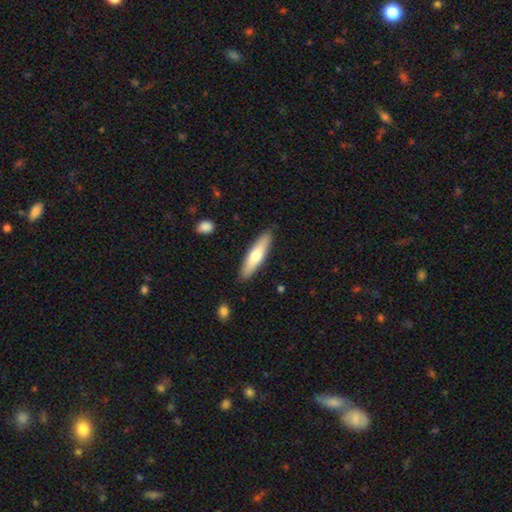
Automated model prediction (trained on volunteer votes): This is likely a smooth galaxy (64%). How rounded: likely cigar-shaped (76%). Merging: clearly none (89%).